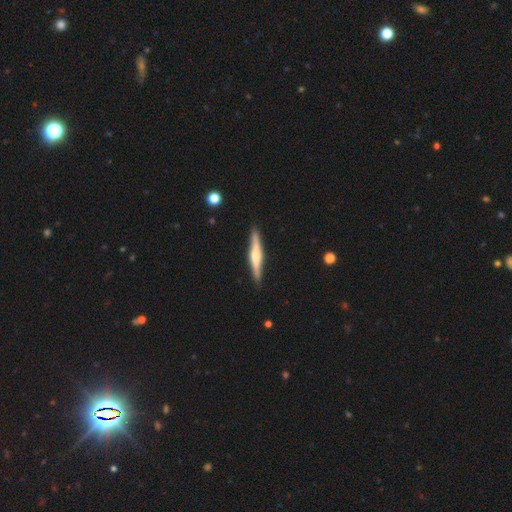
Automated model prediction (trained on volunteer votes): Q: Smooth or featured?
A: featured or disk (59%); runner-up: smooth (36%)
Q: Edge-on disk?
A: yes (96%); runner-up: no (4%)
Q: Edge-on bulge?
A: rounded (66%); runner-up: boxy (19%)
Q: Merging?
A: none (88%); runner-up: minor disturbance (9%)